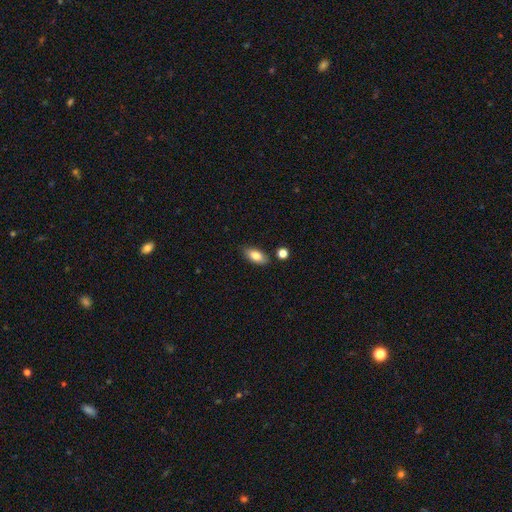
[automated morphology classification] The model was most divided on "smooth or featured": smooth: 81%, featured or disk: 11%, star or artifact: 7%. More confident: how rounded — in between (88%); merging — none (82%).